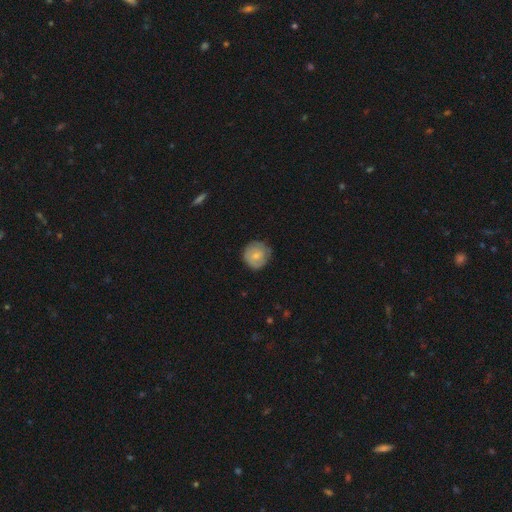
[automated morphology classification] Smooth or featured: smooth — 59% (featured or disk — 34%)
How rounded: round — 91% (in between — 8%)
Merging: none — 77% (minor disturbance — 18%)